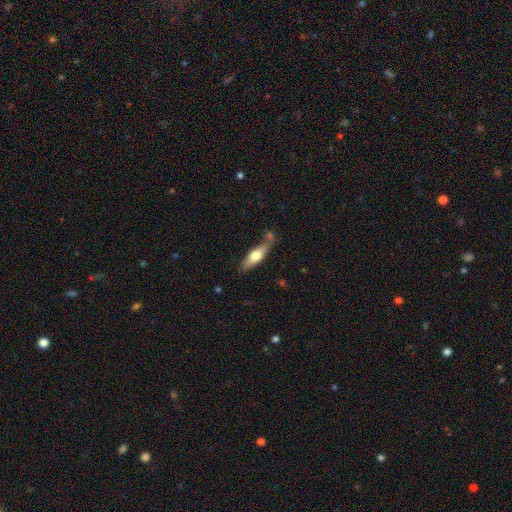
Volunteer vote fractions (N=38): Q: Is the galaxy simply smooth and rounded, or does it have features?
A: smooth — 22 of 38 (58%).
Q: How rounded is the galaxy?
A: in between — 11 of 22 (50%).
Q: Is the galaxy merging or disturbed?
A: none — 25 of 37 (68%).